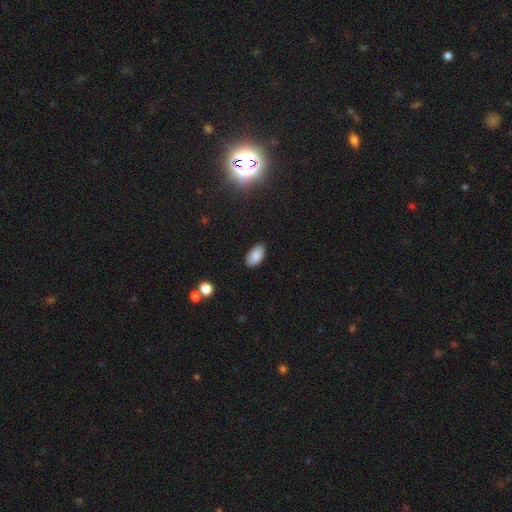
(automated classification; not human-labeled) smooth 87%, star or artifact 8%, featured or disk 5%. Down the decision tree: how rounded — in between (95%); merging — none (86%).